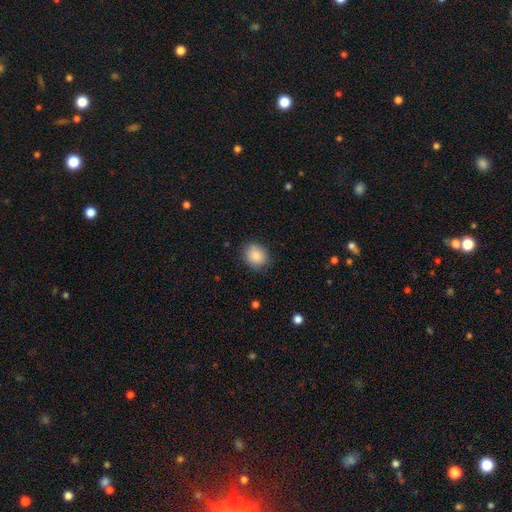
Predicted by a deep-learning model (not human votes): A smooth galaxy with no disk features (88%) that is round (73%).

Vote fractions:
- Smooth or featured? smooth: 88% / star or artifact: 8% / featured or disk: 4%
- How rounded? round: 73% / in between: 26% / cigar-shaped: 1%
- Merging? none: 85% / minor disturbance: 11% / major disturbance: 3% / merger: 1%